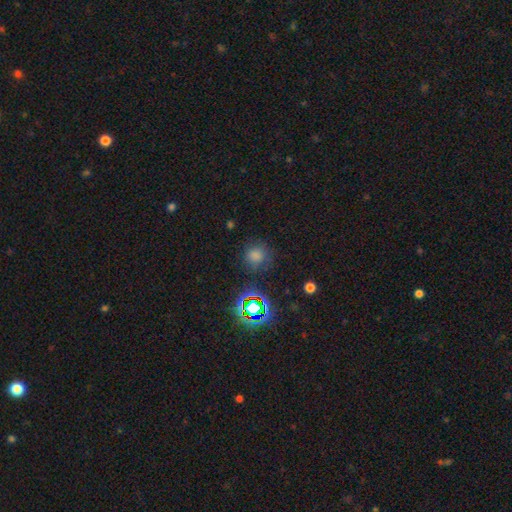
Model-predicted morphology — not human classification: smooth-or-featured: smooth: 69% | star or artifact: 24% | featured or disk: 7%
  how-rounded: round: 88% | in between: 11% | cigar-shaped: 1%
  merging: none: 77% | minor disturbance: 14% | major disturbance: 6% | merger: 2%